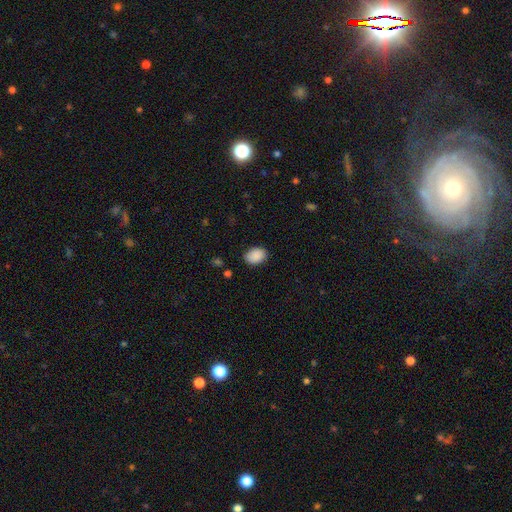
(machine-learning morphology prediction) A smooth galaxy with no disk features (90%) that is in between round and cigar-shaped (78%). Merging: none (85%).